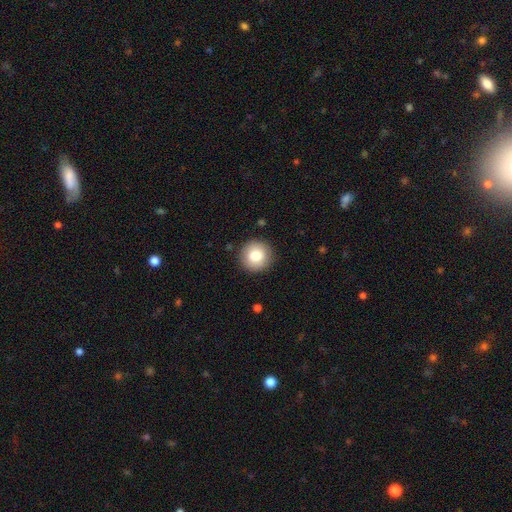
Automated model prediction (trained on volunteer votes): smooth 81%, featured or disk 11%, star or artifact 8%. Down the decision tree: how rounded — round (95%); merging — none (90%).